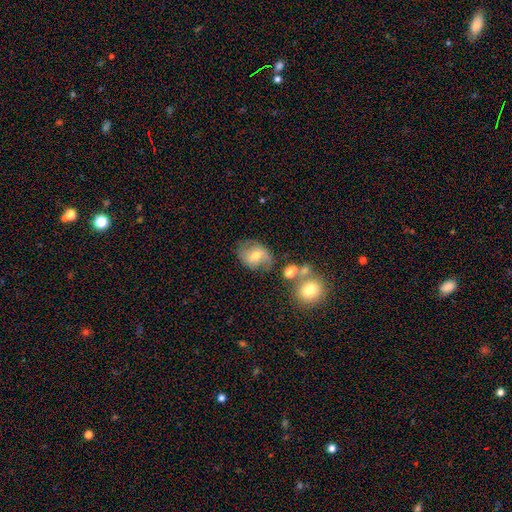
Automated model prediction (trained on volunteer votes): Q: Smooth or featured?
A: smooth (45%); tied with: featured or disk (45%)
Q: Merging?
A: none (61%); runner-up: minor disturbance (22%)